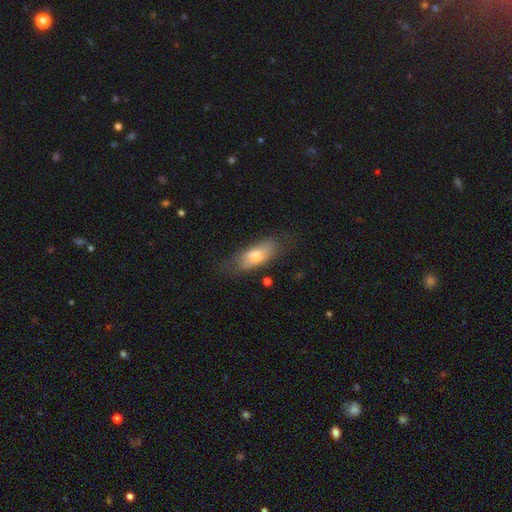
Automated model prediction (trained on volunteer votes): Morphology: type=smooth (65%); roundness=in between (72%); merging=none (65%).